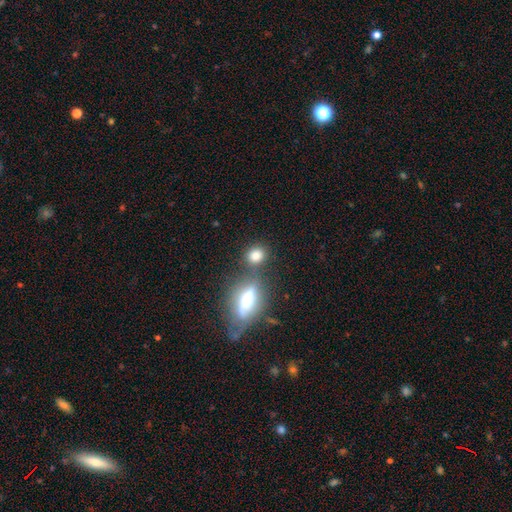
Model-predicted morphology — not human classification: Smooth or featured?
  - smooth: 80% *
  - star or artifact: 10%
  - featured or disk: 9%
How rounded?
  - round: 62% *
  - in between: 34%
  - cigar-shaped: 4%
Merging?
  - none: 63% *
  - merger: 23%
  - minor disturbance: 10%
  - major disturbance: 4%